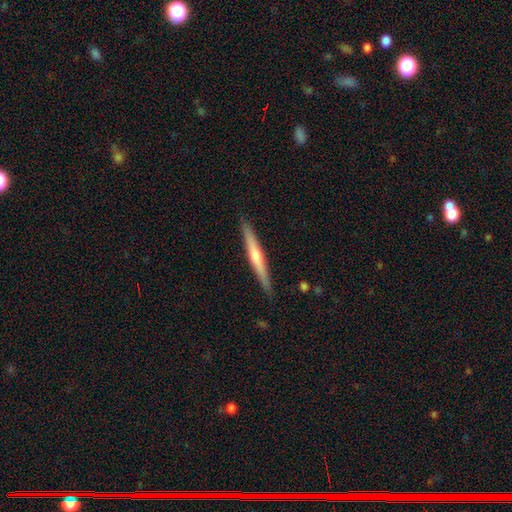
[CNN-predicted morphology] Overall: featured or disk (68%). Edge-on disk: yes (98%). Edge-on bulge: rounded (78%). Merging: none (91%).